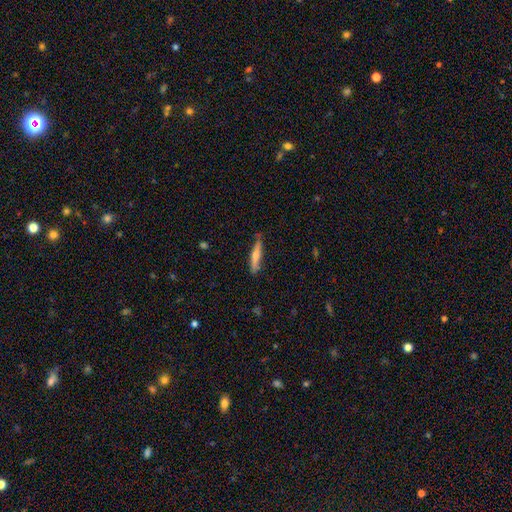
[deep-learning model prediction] Smooth or featured: smooth — 56% (featured or disk — 38%)
How rounded: cigar-shaped — 90% (in between — 9%)
Merging: none — 77% (minor disturbance — 18%)